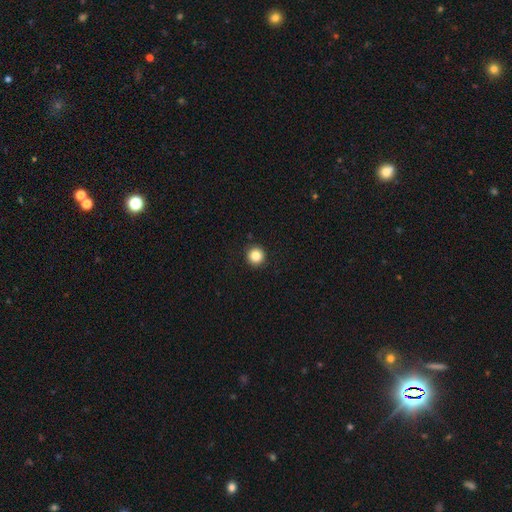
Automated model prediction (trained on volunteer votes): Smooth or featured? smooth (85%)
How rounded? round (95%)
Merging? none (92%)